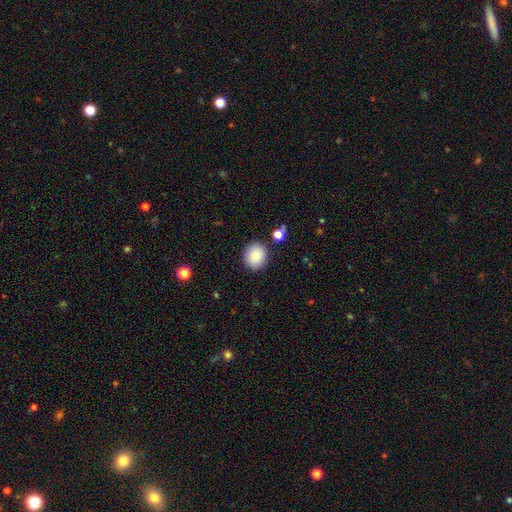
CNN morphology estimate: The model was most divided on "how rounded": round: 71%, in between: 28%, cigar-shaped: 1%. More confident: merging — none (88%); smooth or featured — smooth (87%).